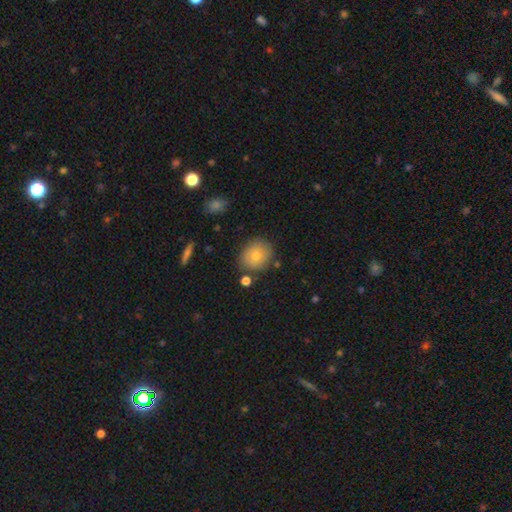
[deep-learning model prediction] Smooth or featured?
  - smooth: 74% *
  - featured or disk: 15%
  - star or artifact: 12%
How rounded?
  - round: 71% *
  - in between: 28%
  - cigar-shaped: 1%
Merging?
  - none: 83% *
  - minor disturbance: 11%
  - merger: 4%
  - major disturbance: 3%